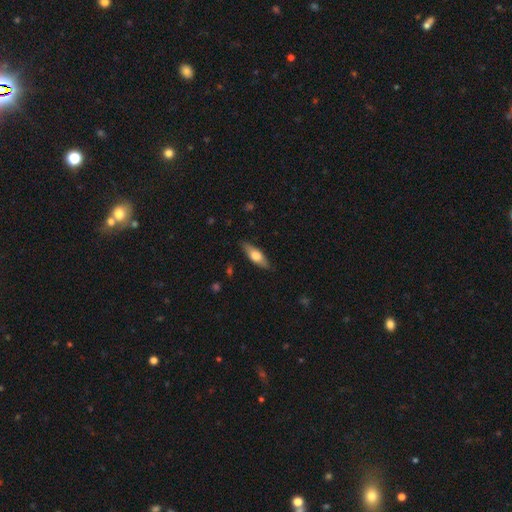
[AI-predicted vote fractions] smooth_or_featured: smooth (p=0.55) [alt: featured or disk p=0.39]
how_rounded: in between (p=0.55) [alt: cigar-shaped p=0.42]
merging: none (p=0.87) [alt: minor disturbance p=0.10]